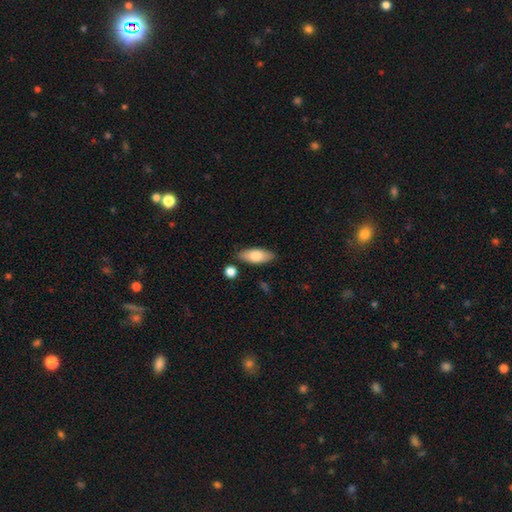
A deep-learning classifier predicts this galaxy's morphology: smooth-or-featured: smooth: 77% | featured or disk: 17% | star or artifact: 6%
  how-rounded: in between: 80% | cigar-shaped: 17% | round: 3%
  merging: none: 83% | minor disturbance: 11% | merger: 4% | major disturbance: 2%